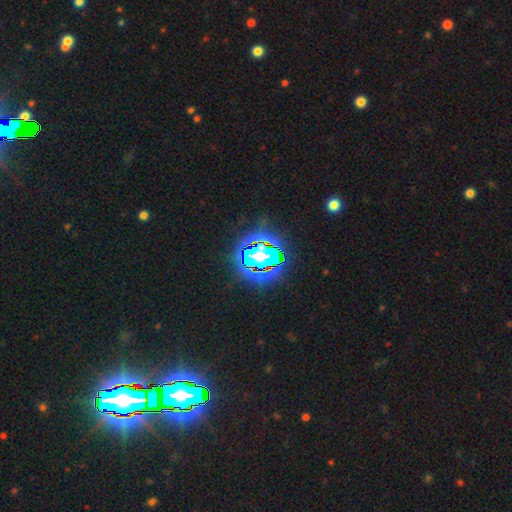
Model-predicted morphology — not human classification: Overall: star or artifact (63%).